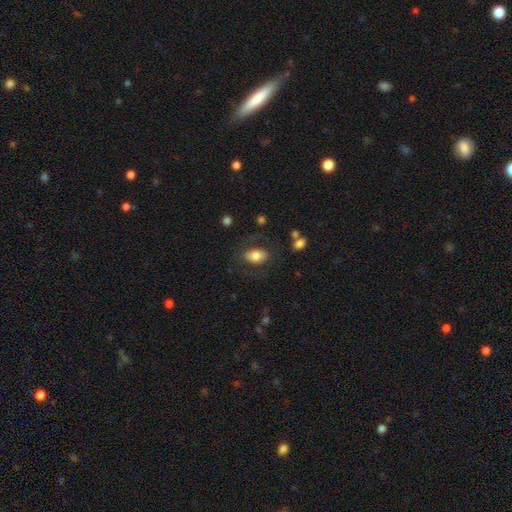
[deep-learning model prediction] Smooth or featured?
  - smooth: 75% *
  - featured or disk: 18%
  - star or artifact: 8%
How rounded?
  - in between: 86% *
  - round: 13%
  - cigar-shaped: 1%
Merging?
  - none: 75% *
  - minor disturbance: 14%
  - major disturbance: 8%
  - merger: 2%